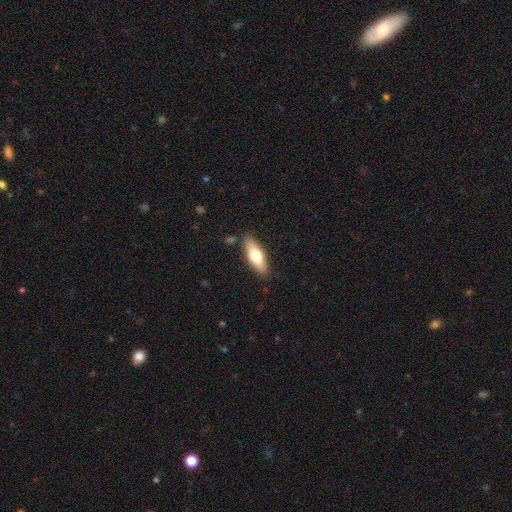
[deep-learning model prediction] Morphology: type=smooth (62%); roundness=in between (58%); merging=none (86%).